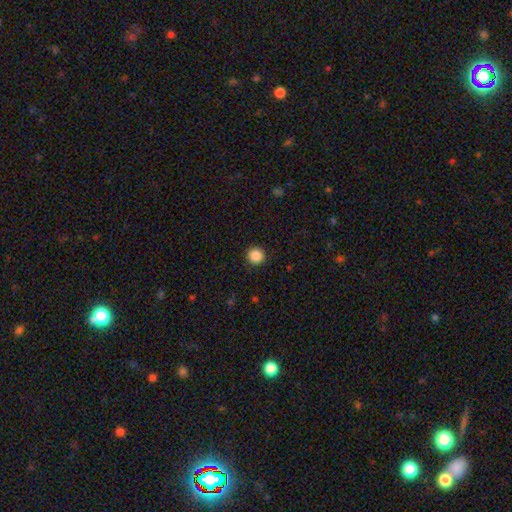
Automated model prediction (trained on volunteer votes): smooth 88%, star or artifact 10%, featured or disk 3%. Down the decision tree: how rounded — round (95%); merging — none (92%).